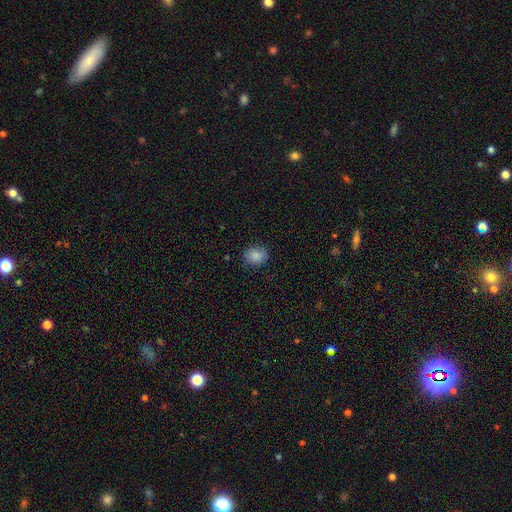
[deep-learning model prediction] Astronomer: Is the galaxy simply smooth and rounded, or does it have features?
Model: smooth — 86%.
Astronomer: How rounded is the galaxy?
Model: round — 60% (runner-up: in between, 39%).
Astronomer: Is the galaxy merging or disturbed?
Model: none — 85%.